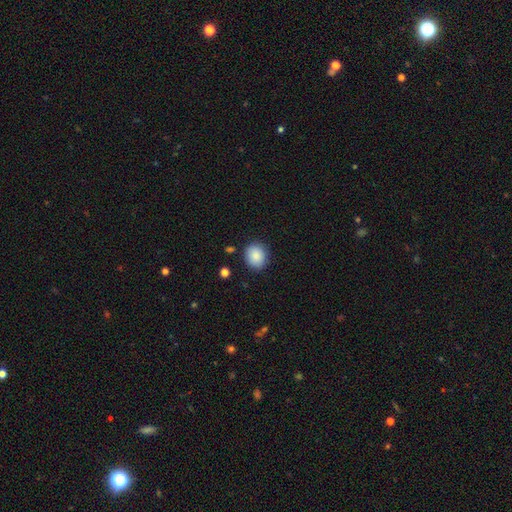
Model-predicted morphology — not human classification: Smooth or featured? Predicted: smooth (p=0.87). How rounded? Predicted: round (p=0.71). Merging? Predicted: none (p=0.86).